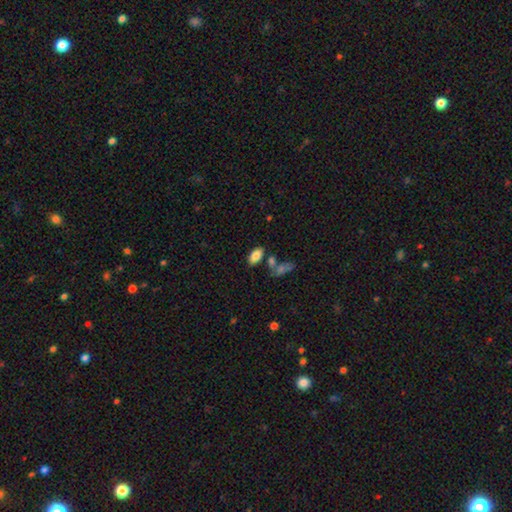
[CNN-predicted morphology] Smooth or featured?
  - smooth: 82% *
  - featured or disk: 10%
  - star or artifact: 8%
How rounded?
  - in between: 93% *
  - cigar-shaped: 4%
  - round: 3%
Merging?
  - none: 73% *
  - merger: 12%
  - minor disturbance: 12%
  - major disturbance: 3%